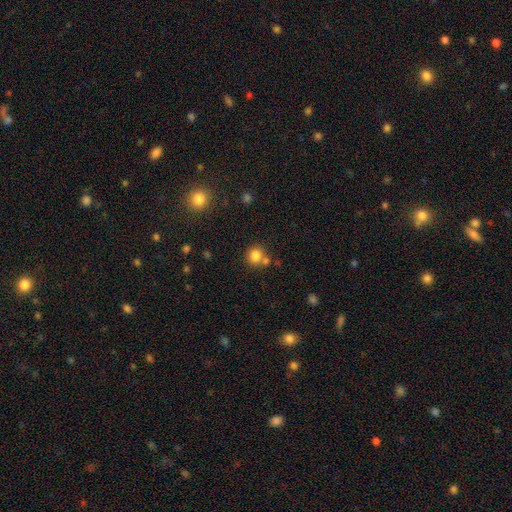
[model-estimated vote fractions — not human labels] smooth_or_featured: smooth (p=0.82) [alt: star or artifact p=0.12]
how_rounded: round (p=0.80) [alt: in between p=0.20]
merging: none (p=0.63) [alt: merger p=0.23]